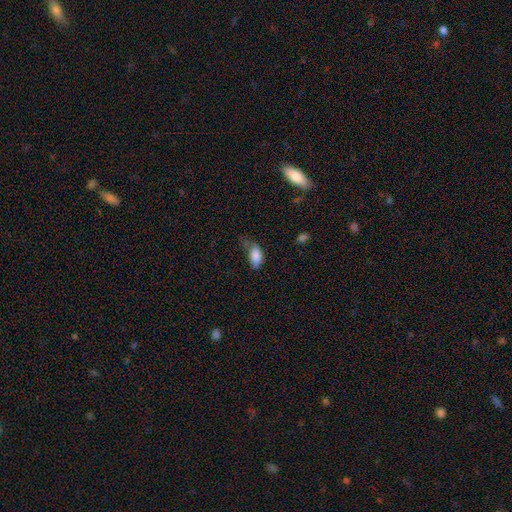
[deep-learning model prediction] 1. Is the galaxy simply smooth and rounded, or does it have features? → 84% smooth, 9% featured or disk, 8% star or artifact.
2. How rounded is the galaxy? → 92% in between, 4% cigar-shaped, 4% round.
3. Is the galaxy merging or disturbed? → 38% minor disturbance, 31% none, 27% major disturbance, 4% merger.